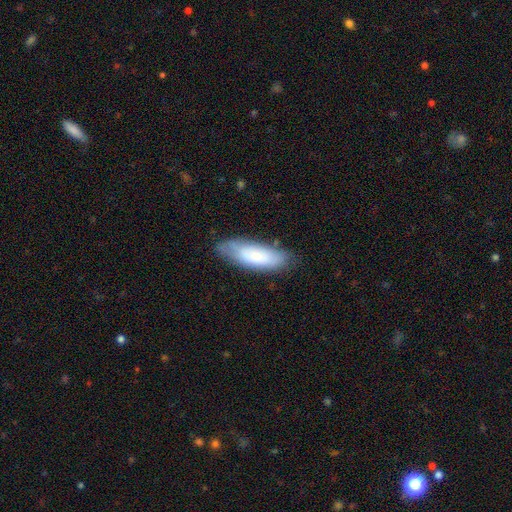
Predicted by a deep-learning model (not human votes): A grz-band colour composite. It shows a smooth galaxy with no disk features (73%) that is in between round and cigar-shaped (60%). Merging: none (71%).